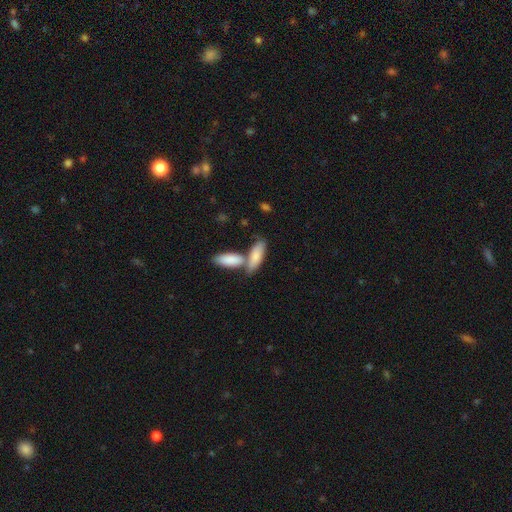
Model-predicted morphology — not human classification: smooth-or-featured: smooth: 81% | featured or disk: 13% | star or artifact: 5%
  how-rounded: in between: 65% | cigar-shaped: 33% | round: 2%
  merging: merger: 44% | none: 41% | minor disturbance: 11% | major disturbance: 4%